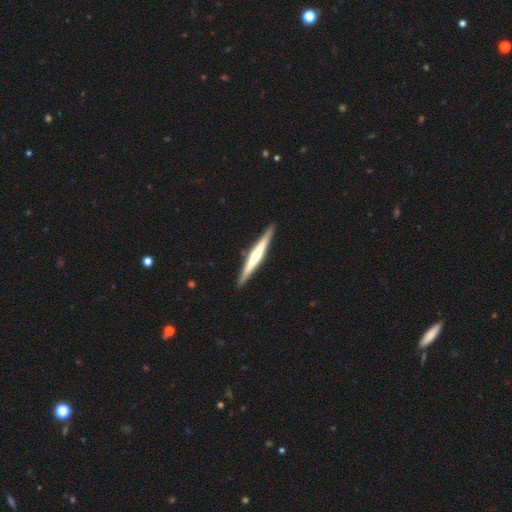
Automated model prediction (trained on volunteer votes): Smooth or featured? Predicted: featured or disk (p=0.63). Edge-on disk? Predicted: yes (p=0.98). Edge-on bulge? Predicted: rounded (p=0.52). Merging? Predicted: none (p=0.91).